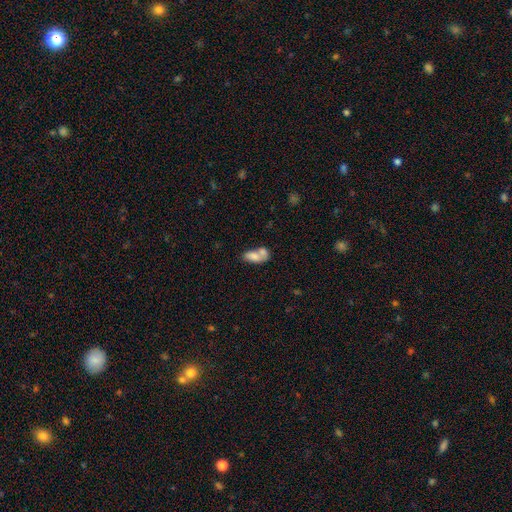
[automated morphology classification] Smooth or featured: smooth — 73% (featured or disk — 19%)
How rounded: in between — 88% (round — 7%)
Merging: merger — 62% (none — 22%)